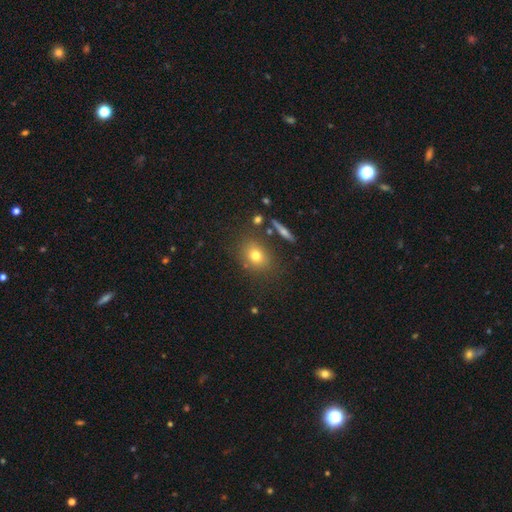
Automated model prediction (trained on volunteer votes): Overall: smooth (74%). How rounded: round (49%; in between 48%). Merging: none (77%).